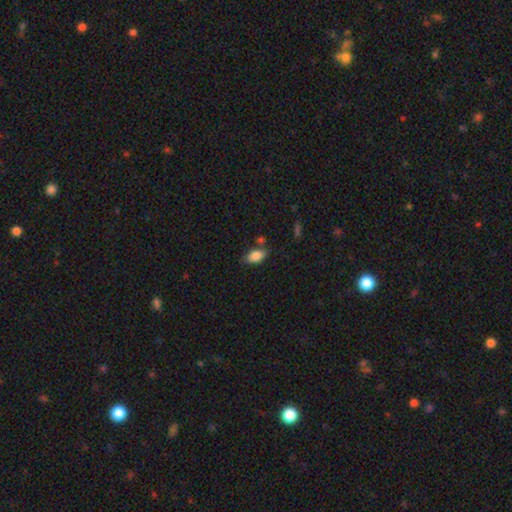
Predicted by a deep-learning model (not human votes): Smooth or featured? smooth (84%)
How rounded? in between (89%)
Merging? none (72%)